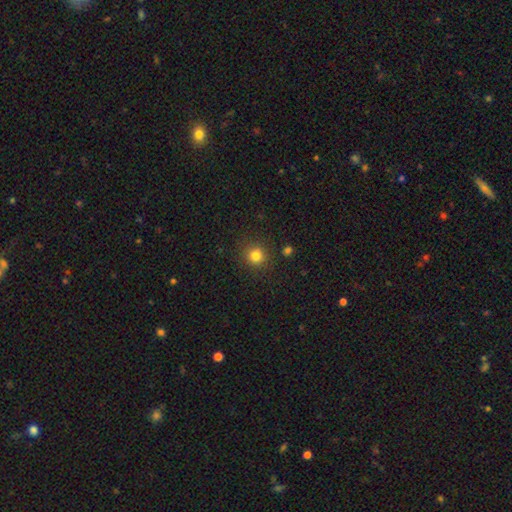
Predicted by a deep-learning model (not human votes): The model was most divided on "smooth or featured": smooth: 81%, star or artifact: 13%, featured or disk: 6%. More confident: how rounded — round (92%); merging — none (88%).